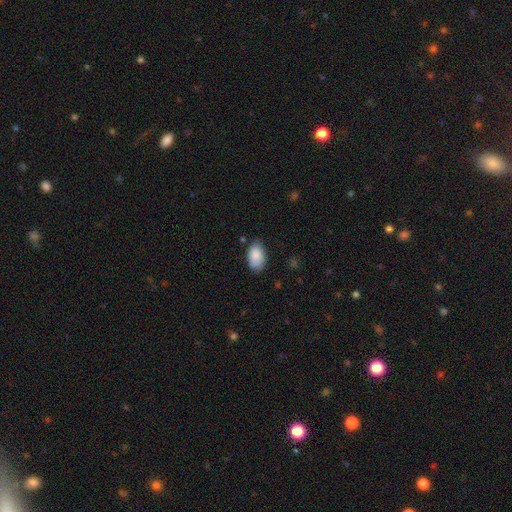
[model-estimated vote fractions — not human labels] smooth_or_featured: smooth (p=0.88) [alt: star or artifact p=0.07]
how_rounded: in between (p=0.93) [alt: round p=0.06]
merging: none (p=0.73) [alt: minor disturbance p=0.22]